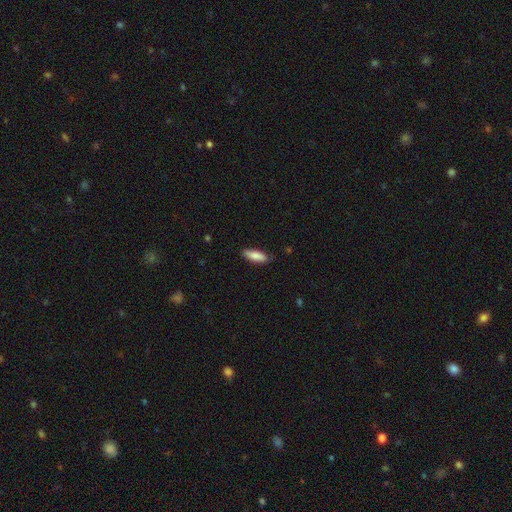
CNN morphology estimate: Smooth or featured?
  - smooth: 85% *
  - featured or disk: 9%
  - star or artifact: 6%
How rounded?
  - in between: 59% *
  - cigar-shaped: 39%
  - round: 2%
Merging?
  - none: 82% *
  - minor disturbance: 15%
  - major disturbance: 2%
  - merger: 1%